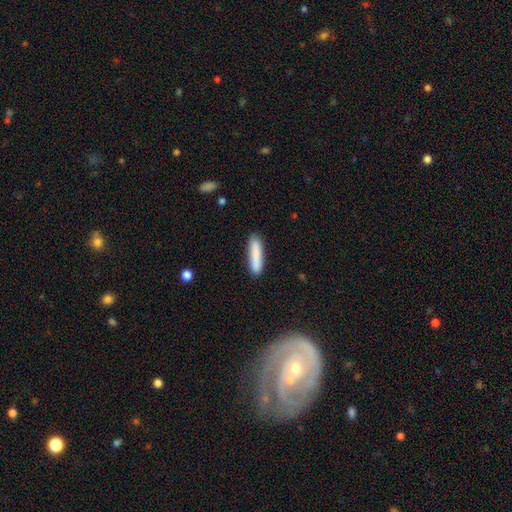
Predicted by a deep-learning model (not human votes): Smooth or featured?
  - smooth: 84% *
  - featured or disk: 10%
  - star or artifact: 6%
How rounded?
  - cigar-shaped: 85% *
  - in between: 13%
  - round: 1%
Merging?
  - none: 85% *
  - minor disturbance: 11%
  - major disturbance: 2%
  - merger: 2%